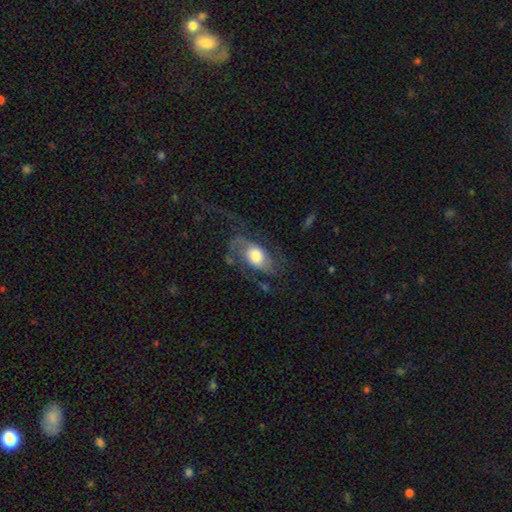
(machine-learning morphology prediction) Smooth or featured?
  - featured or disk: 55% *
  - smooth: 37%
  - star or artifact: 7%
Edge-on disk?
  - no: 92% *
  - yes: 8%
Bar?
  - no: 73% *
  - weak: 22%
  - strong: 5%
Spiral arms?
  - yes: 78% *
  - no: 22%
Bulge size?
  - large: 46% *
  - moderate: 40%
  - dominant: 7%
  - small: 5%
  - none: 2%
Merging?
  - none: 39% *
  - major disturbance: 38%
  - minor disturbance: 21%
  - merger: 3%